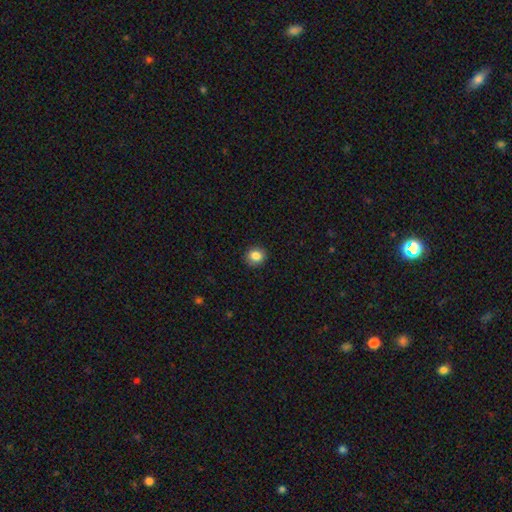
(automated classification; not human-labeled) This appears to be a smooth galaxy with no disk features (85%) that is round (81%). Merging: none (91%).